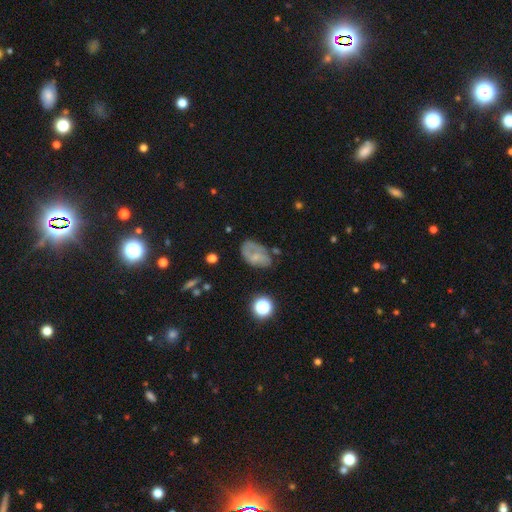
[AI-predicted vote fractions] This appears to be a smooth galaxy with no disk features (47%). Merging: none (45%).